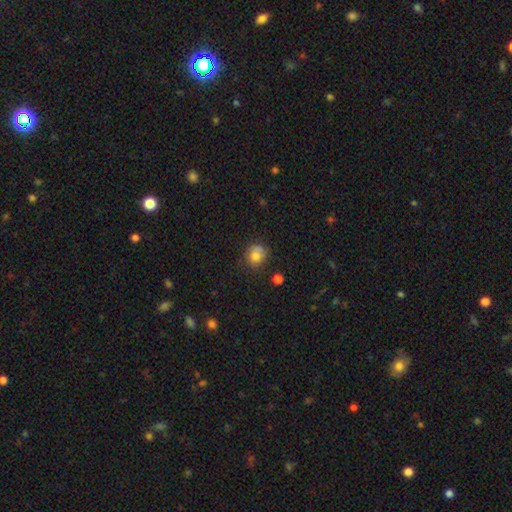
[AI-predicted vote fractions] smooth 78%, featured or disk 11%, star or artifact 11%. Down the decision tree: how rounded — round (76%); merging — none (60%).